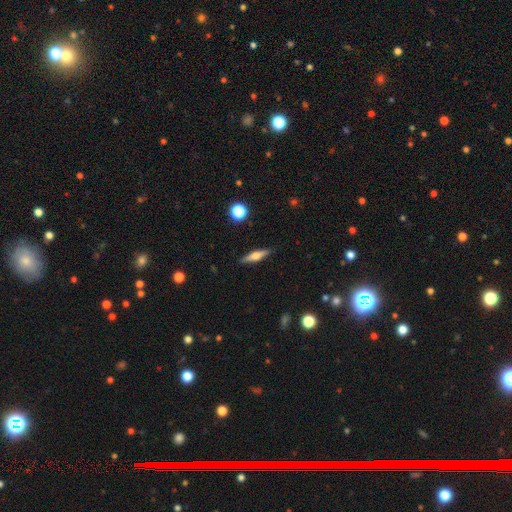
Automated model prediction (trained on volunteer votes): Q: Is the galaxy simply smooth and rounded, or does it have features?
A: featured or disk — 52%.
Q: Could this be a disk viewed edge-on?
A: yes — 95%.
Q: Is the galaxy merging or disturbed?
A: none — 89%.